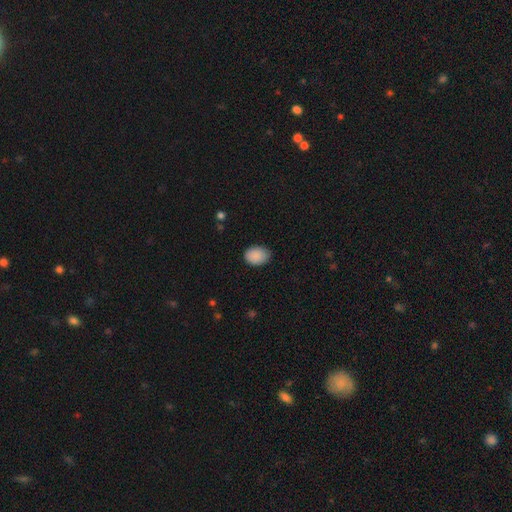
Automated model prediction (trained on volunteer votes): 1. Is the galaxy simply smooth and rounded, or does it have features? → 89% smooth, 7% star or artifact, 3% featured or disk.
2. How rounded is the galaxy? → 75% in between, 24% round, 1% cigar-shaped.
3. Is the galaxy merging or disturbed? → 82% none, 15% minor disturbance, 3% major disturbance, 1% merger.